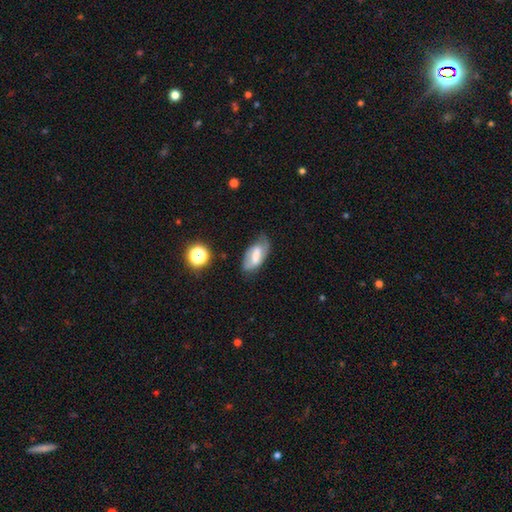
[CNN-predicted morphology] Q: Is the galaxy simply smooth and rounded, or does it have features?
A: featured or disk — 51%.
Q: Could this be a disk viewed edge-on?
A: no — 91%.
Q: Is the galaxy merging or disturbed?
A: none — 65%.